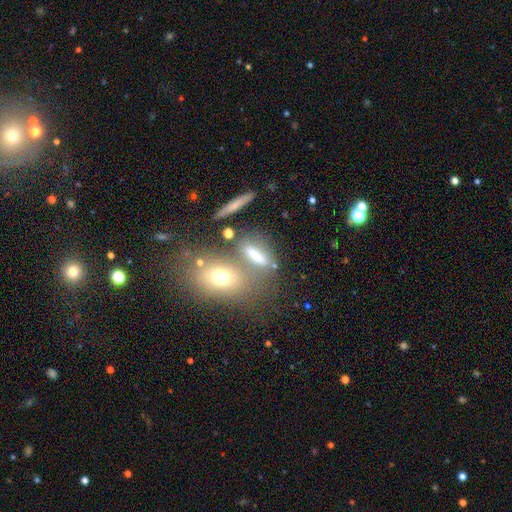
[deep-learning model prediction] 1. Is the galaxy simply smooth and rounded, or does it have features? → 65% smooth, 21% featured or disk, 15% star or artifact.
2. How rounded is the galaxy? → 48% in between, 40% cigar-shaped, 13% round.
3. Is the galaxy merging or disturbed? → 54% none, 23% merger, 14% minor disturbance, 10% major disturbance.